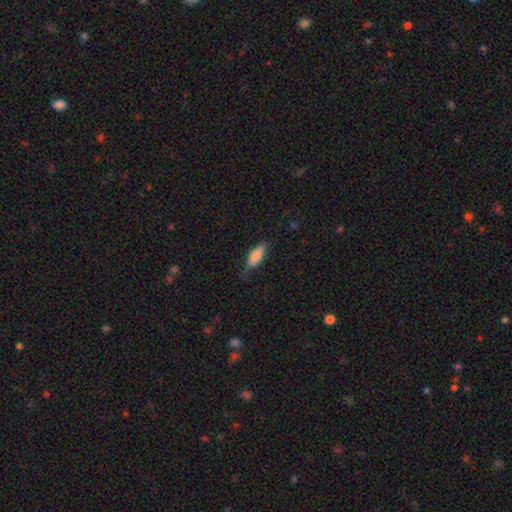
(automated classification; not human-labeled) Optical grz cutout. It shows a smooth galaxy with no disk features (73%) that is in between round and cigar-shaped (66%). Merging: none (60%).